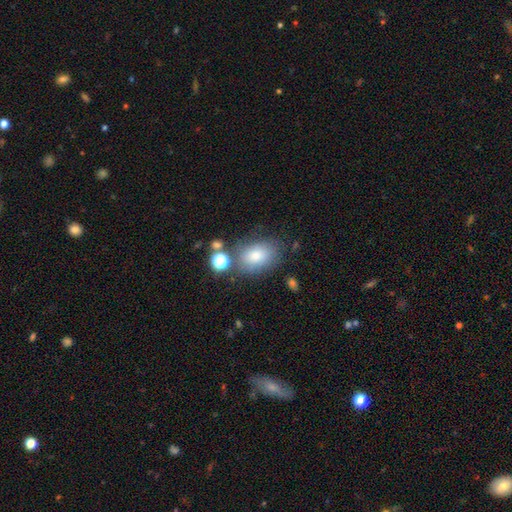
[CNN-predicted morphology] Q: Smooth or featured?
A: smooth (78%); runner-up: featured or disk (12%)
Q: How rounded?
A: in between (78%); runner-up: round (21%)
Q: Merging?
A: none (68%); runner-up: minor disturbance (17%)